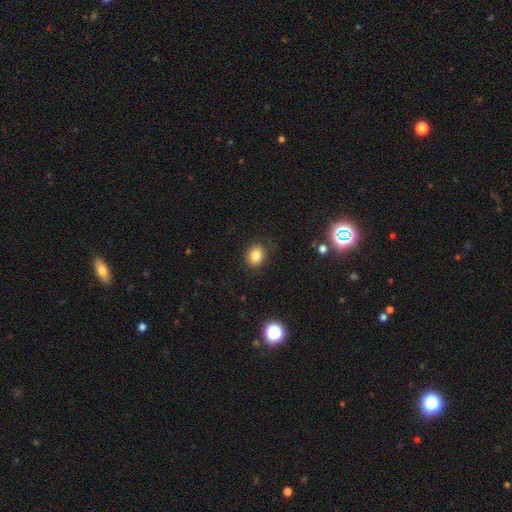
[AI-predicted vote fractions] Smooth or featured?
  - smooth: 83% *
  - star or artifact: 11%
  - featured or disk: 6%
How rounded?
  - in between: 50% *
  - round: 49%
  - cigar-shaped: 1%
Merging?
  - none: 84% *
  - minor disturbance: 11%
  - major disturbance: 3%
  - merger: 1%